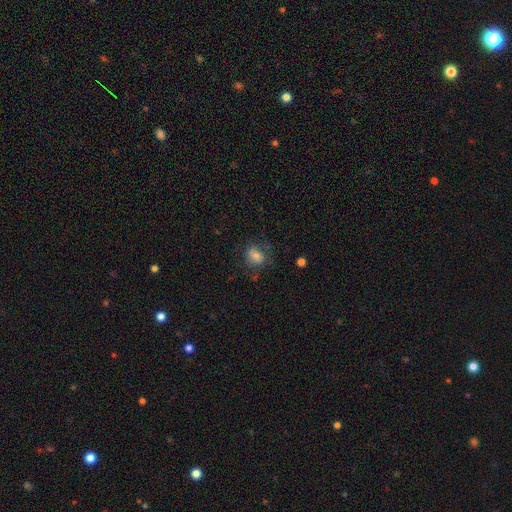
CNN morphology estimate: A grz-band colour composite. It shows a smooth galaxy with no disk features (69%) that is round (56%). Merging: none (67%).